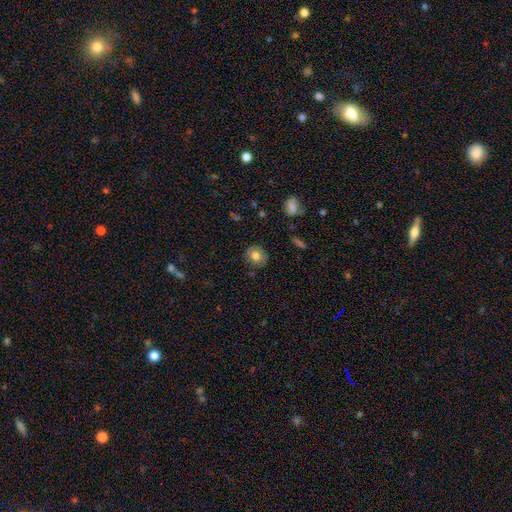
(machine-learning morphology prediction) Overall: smooth (76%). How rounded: round (82%). Merging: none (85%).